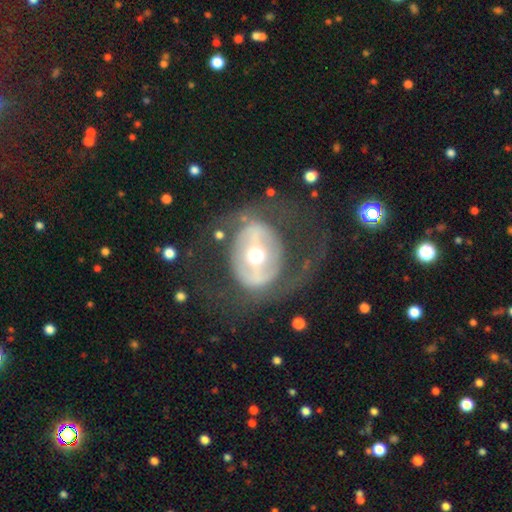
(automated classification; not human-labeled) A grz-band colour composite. It shows a featured or disk galaxy (66%) with a strong bar (46%), no spiral arms (68%) and a moderate central bulge (69%). Merging: none (59%).